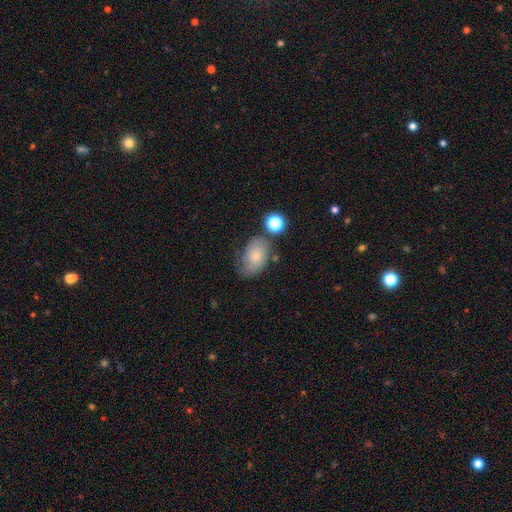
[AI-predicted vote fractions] smooth 63%, featured or disk 27%, star or artifact 10%. Down the decision tree: how rounded — in between (81%); merging — none (48%).